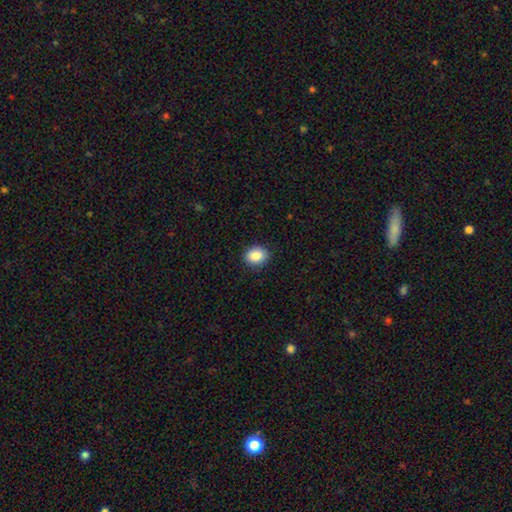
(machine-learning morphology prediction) Smooth or featured? smooth (88%)
How rounded? round (50%, tied with in between)
Merging? none (89%)